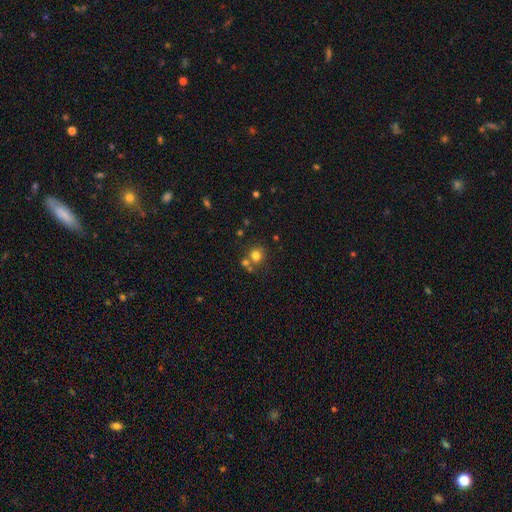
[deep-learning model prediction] Smooth or featured: smooth — 76% (star or artifact — 14%)
How rounded: round — 88% (in between — 11%)
Merging: none — 62% (merger — 27%)